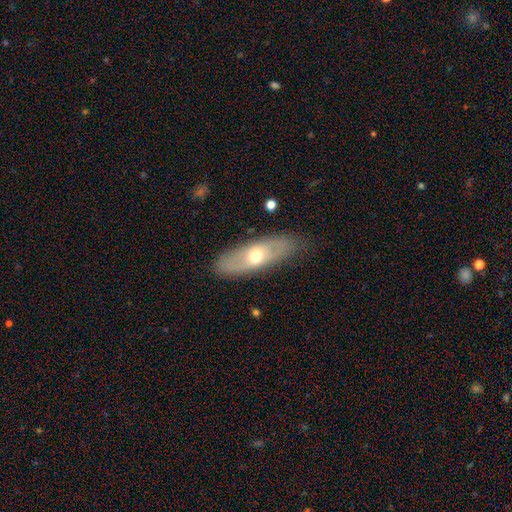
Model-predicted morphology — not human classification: A featured or disk galaxy (48%). Merging: none (79%).